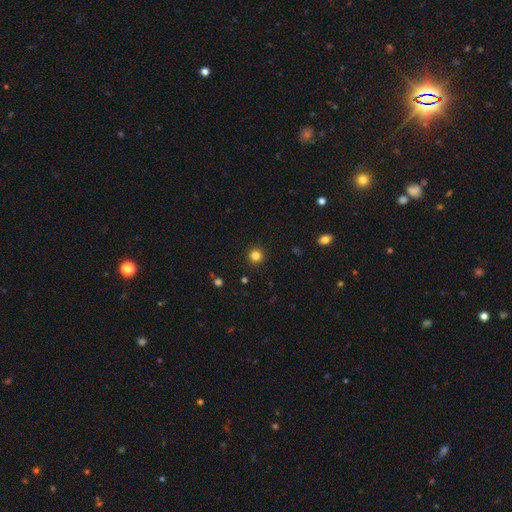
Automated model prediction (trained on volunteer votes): smooth-or-featured: smooth: 83% | star or artifact: 13% | featured or disk: 4%
  how-rounded: round: 95% | in between: 4% | cigar-shaped: 1%
  merging: none: 93% | minor disturbance: 5% | major disturbance: 2% | merger: 1%